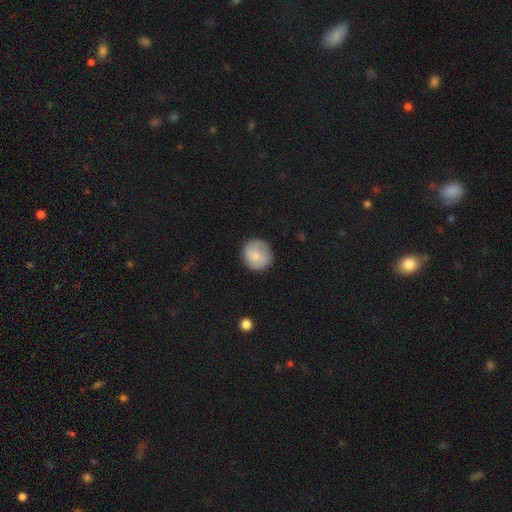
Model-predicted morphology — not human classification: This is likely a smooth galaxy (75%). How rounded: clearly round (91%). Merging: clearly none (83%).